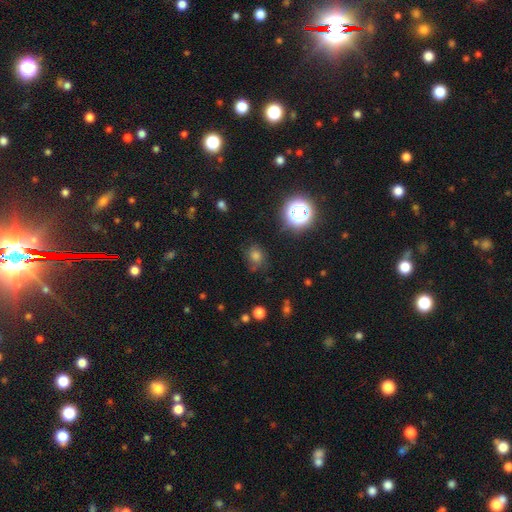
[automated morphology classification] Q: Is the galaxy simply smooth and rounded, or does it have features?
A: smooth — 67%.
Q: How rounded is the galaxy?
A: round — 74%.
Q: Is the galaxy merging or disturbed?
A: none — 74%.